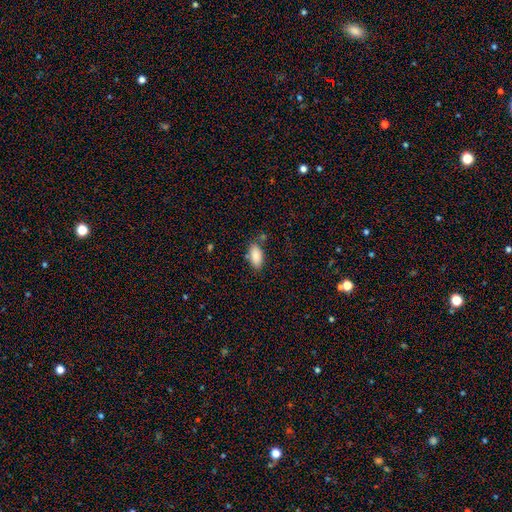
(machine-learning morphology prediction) Q: Smooth or featured?
A: smooth (87%); runner-up: star or artifact (7%)
Q: How rounded?
A: in between (91%); runner-up: cigar-shaped (6%)
Q: Merging?
A: none (72%); runner-up: minor disturbance (16%)